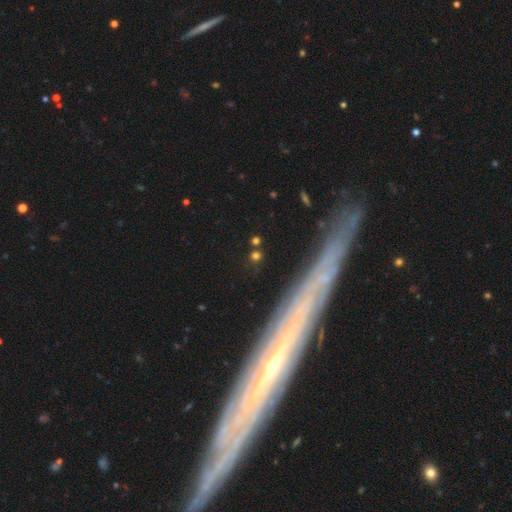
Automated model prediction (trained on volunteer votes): This is possibly a smooth galaxy (56%). How rounded: clearly round (82%). Merging: clearly none (80%).